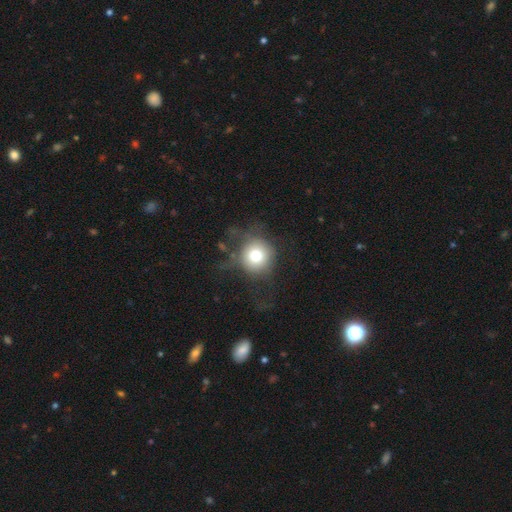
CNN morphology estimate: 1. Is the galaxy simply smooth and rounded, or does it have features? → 70% smooth, 17% featured or disk, 13% star or artifact.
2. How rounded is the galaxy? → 94% round, 5% in between, 1% cigar-shaped.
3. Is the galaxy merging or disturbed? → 58% none, 21% major disturbance, 19% minor disturbance, 2% merger.